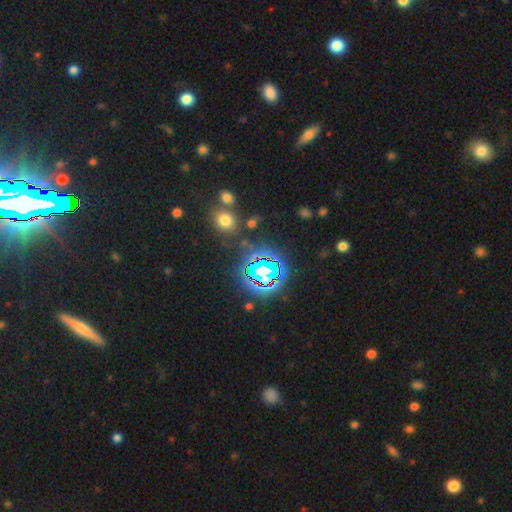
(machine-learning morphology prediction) smooth-or-featured: star or artifact: 70% | smooth: 22% | featured or disk: 8%